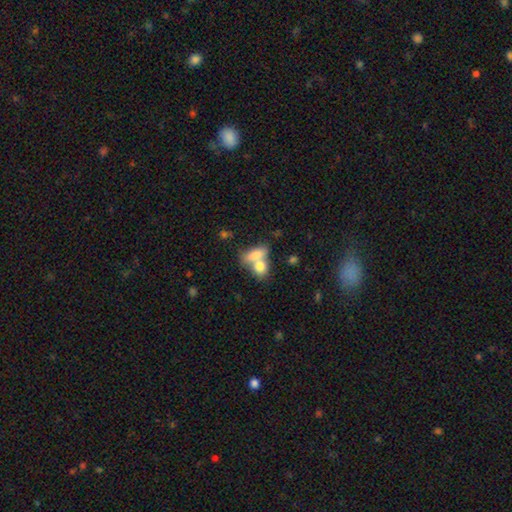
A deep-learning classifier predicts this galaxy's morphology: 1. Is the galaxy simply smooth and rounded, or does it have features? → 78% smooth, 15% featured or disk, 7% star or artifact.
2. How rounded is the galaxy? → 77% in between, 14% round, 9% cigar-shaped.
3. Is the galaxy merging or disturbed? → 64% merger, 25% none, 7% minor disturbance, 4% major disturbance.